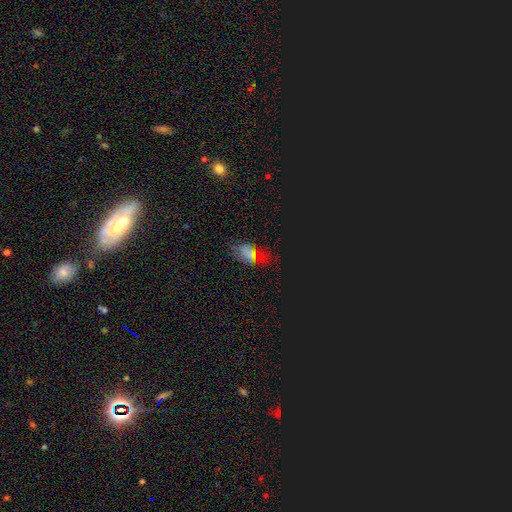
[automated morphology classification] A smooth galaxy with no disk features (50%) that is in between round and cigar-shaped (88%). Merging: none (77%).